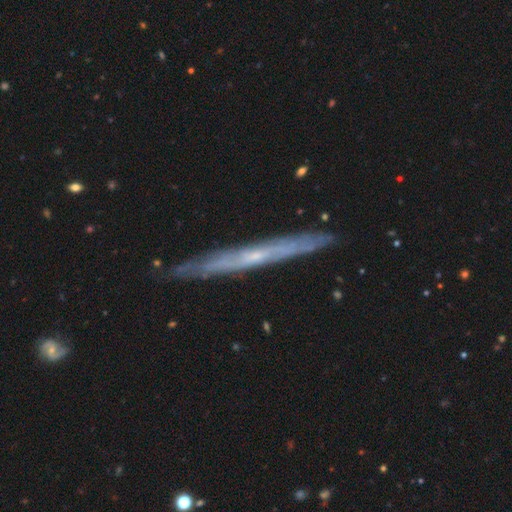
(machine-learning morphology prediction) Smooth or featured? Predicted: featured or disk (p=0.70). Edge-on disk? Predicted: yes (p=0.91). Edge-on bulge? Predicted: none (p=0.71). Merging? Predicted: none (p=0.87).